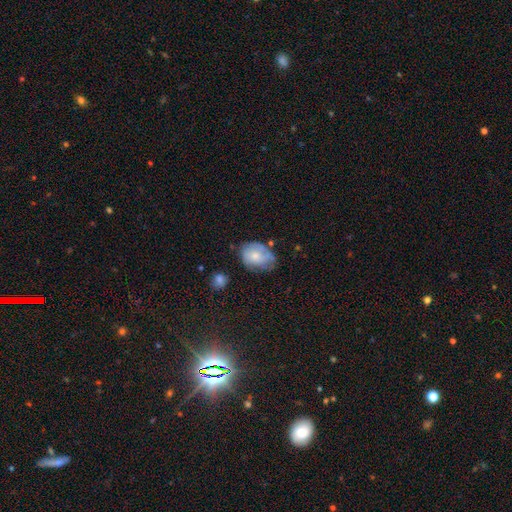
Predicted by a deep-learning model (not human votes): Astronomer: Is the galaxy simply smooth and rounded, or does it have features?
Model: smooth — 59%.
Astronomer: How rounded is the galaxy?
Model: in between — 69%.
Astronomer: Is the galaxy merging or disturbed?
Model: none — 44% (runner-up: minor disturbance, 36%).